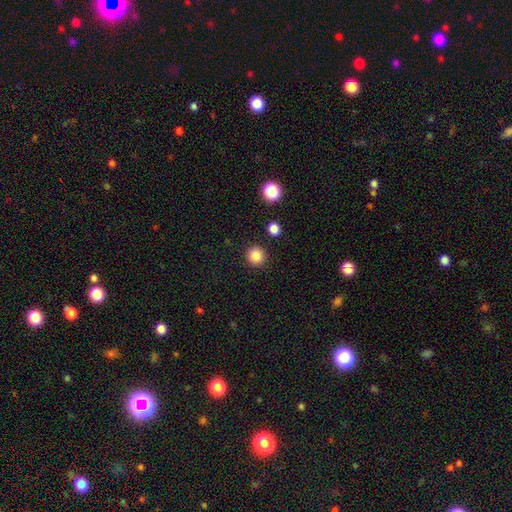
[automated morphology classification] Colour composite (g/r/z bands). It shows a smooth galaxy with no disk features (86%) that is round (95%). Merging: none (92%).